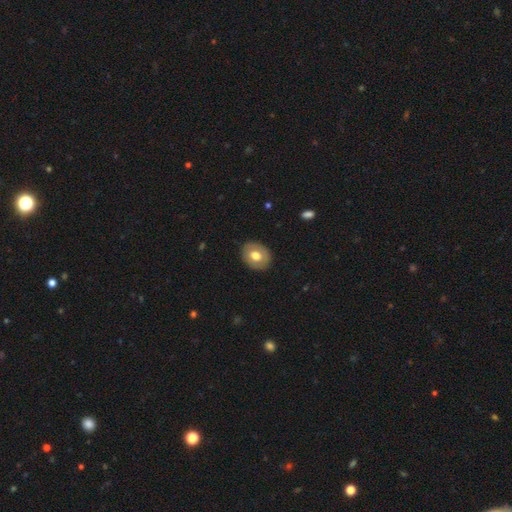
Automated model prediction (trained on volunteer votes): Q: Smooth or featured?
A: smooth (66%); runner-up: featured or disk (27%)
Q: How rounded?
A: round (51%); runner-up: in between (49%)
Q: Merging?
A: none (88%); runner-up: minor disturbance (9%)